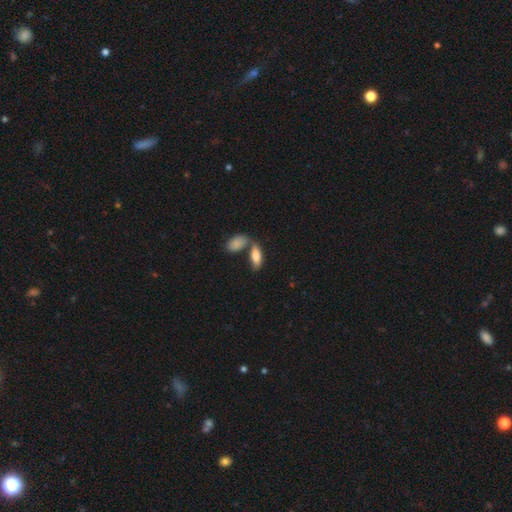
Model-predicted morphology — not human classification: Q: Smooth or featured?
A: smooth (82%); runner-up: featured or disk (12%)
Q: How rounded?
A: in between (82%); runner-up: cigar-shaped (15%)
Q: Merging?
A: none (50%); runner-up: merger (33%)